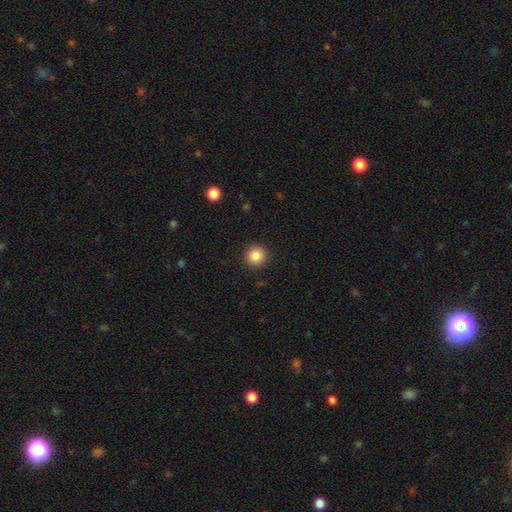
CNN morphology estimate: smooth 86%, star or artifact 10%, featured or disk 4%. Down the decision tree: how rounded — round (95%); merging — none (92%).